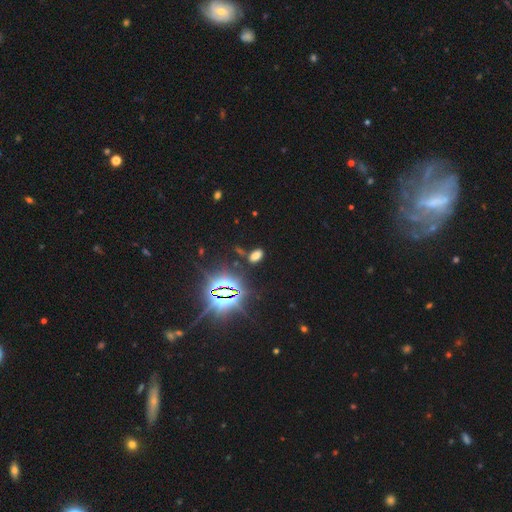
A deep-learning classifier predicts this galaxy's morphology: smooth_or_featured: smooth (p=0.54) [alt: star or artifact p=0.39]
how_rounded: in between (p=0.88) [alt: round p=0.07]
merging: none (p=0.79) [alt: minor disturbance p=0.12]